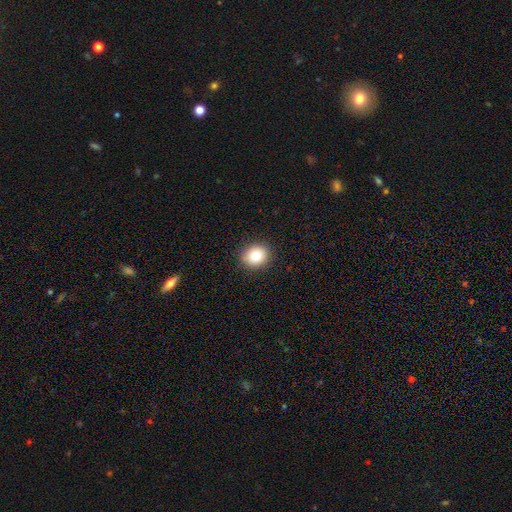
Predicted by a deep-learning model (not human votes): Q: Smooth or featured?
A: smooth (82%); runner-up: star or artifact (10%)
Q: How rounded?
A: round (69%); runner-up: in between (30%)
Q: Merging?
A: none (89%); runner-up: minor disturbance (8%)